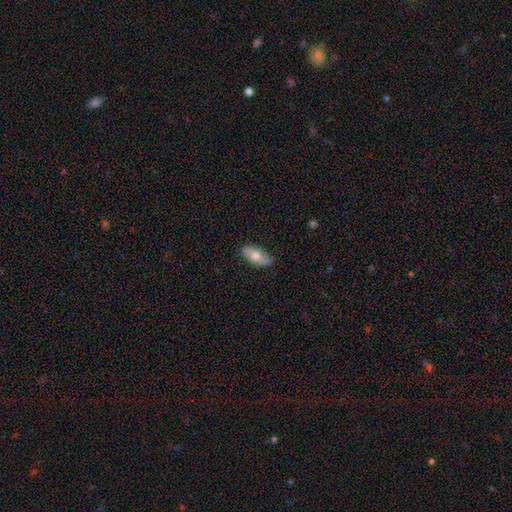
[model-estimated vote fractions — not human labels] Q: Smooth or featured?
A: smooth (49%); runner-up: featured or disk (44%)
Q: Merging?
A: none (82%); runner-up: minor disturbance (14%)